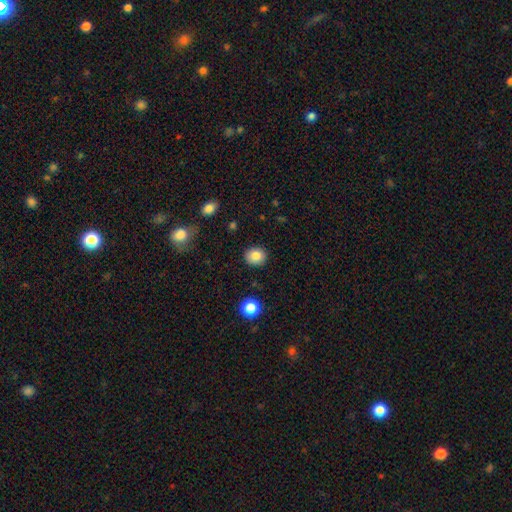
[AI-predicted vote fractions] Smooth or featured: smooth — 84% (star or artifact — 9%)
How rounded: round — 74% (in between — 26%)
Merging: none — 89% (minor disturbance — 8%)